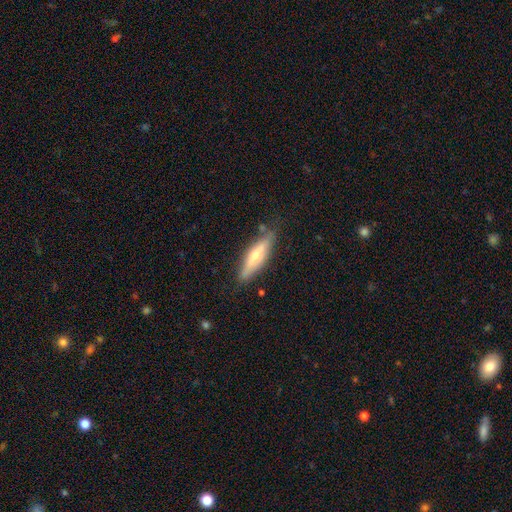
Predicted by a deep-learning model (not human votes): Overall: featured or disk (53%; smooth 41%). Edge-on disk: yes (87%). Merging: none (80%).